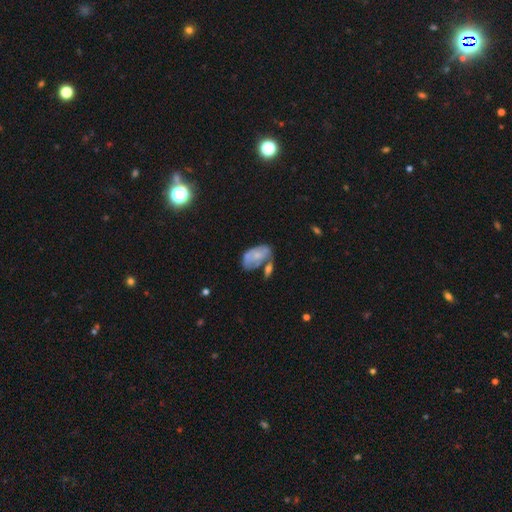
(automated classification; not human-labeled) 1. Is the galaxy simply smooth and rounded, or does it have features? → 54% smooth, 38% featured or disk, 8% star or artifact.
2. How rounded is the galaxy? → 91% in between, 7% round, 2% cigar-shaped.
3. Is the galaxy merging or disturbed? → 31% none (tied), 31% merger (tied), 23% minor disturbance, 14% major disturbance.